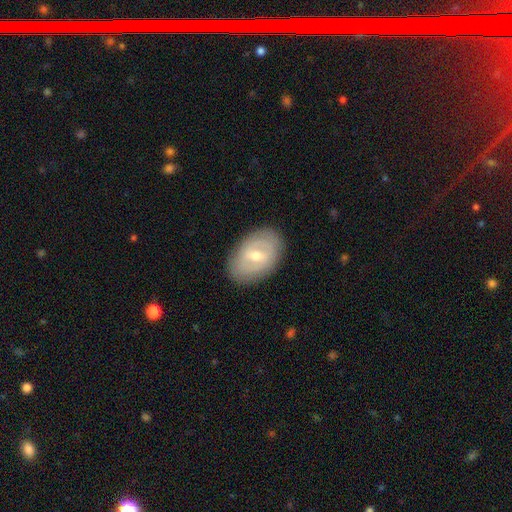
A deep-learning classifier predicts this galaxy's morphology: type=featured or disk (59%); edge-on=no (92%); bar=weak (53%); spiral arms=no (57%); bulge=moderate (57%); merging=none (83%).